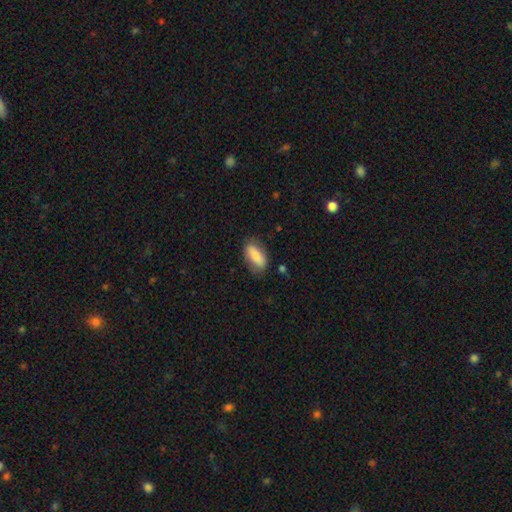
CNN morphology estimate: The model was most divided on "merging": none: 76%, minor disturbance: 17%, major disturbance: 5%, merger: 2%. More confident: how rounded — in between (81%); smooth or featured — smooth (77%).